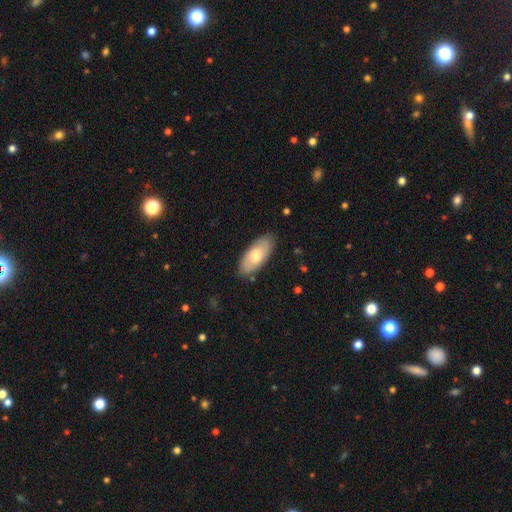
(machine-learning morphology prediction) The model was most divided on "smooth or featured": smooth: 68%, featured or disk: 27%, star or artifact: 5%. More confident: how rounded — in between (88%); merging — none (84%).